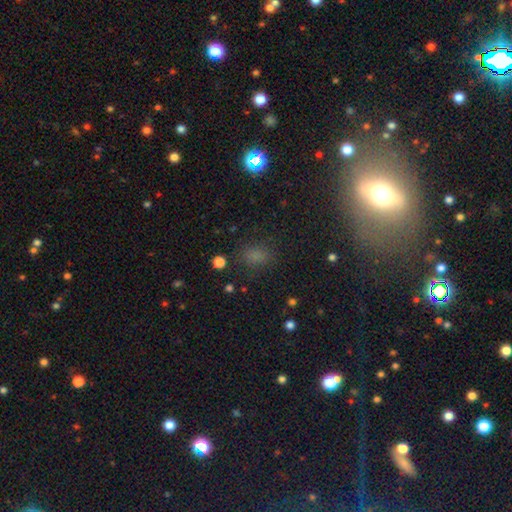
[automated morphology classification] Overall: smooth (68%). How rounded: in between (66%; round 32%). Merging: none (77%).